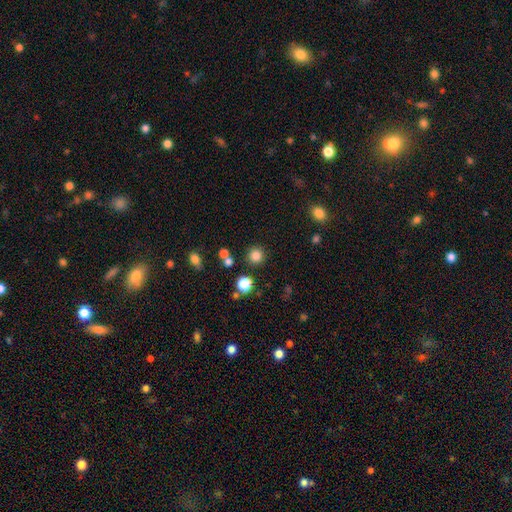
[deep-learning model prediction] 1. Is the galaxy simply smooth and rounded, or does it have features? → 82% smooth, 14% star or artifact, 5% featured or disk.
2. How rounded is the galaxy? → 93% round, 6% in between, 1% cigar-shaped.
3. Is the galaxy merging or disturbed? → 87% none, 6% minor disturbance, 4% merger, 3% major disturbance.